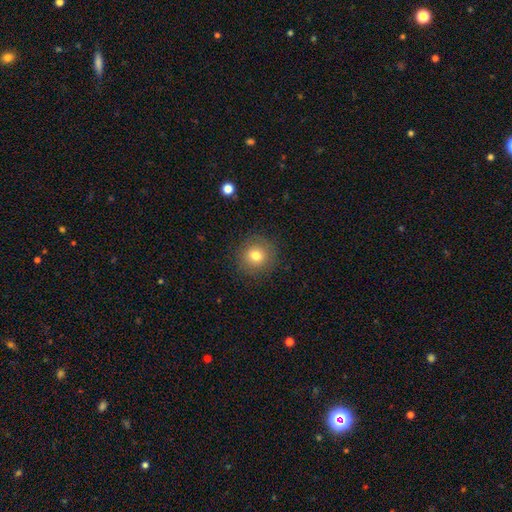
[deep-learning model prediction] Smooth or featured?
  - smooth: 78% *
  - star or artifact: 12%
  - featured or disk: 11%
How rounded?
  - round: 93% *
  - in between: 6%
  - cigar-shaped: 1%
Merging?
  - none: 89% *
  - minor disturbance: 7%
  - major disturbance: 3%
  - merger: 1%